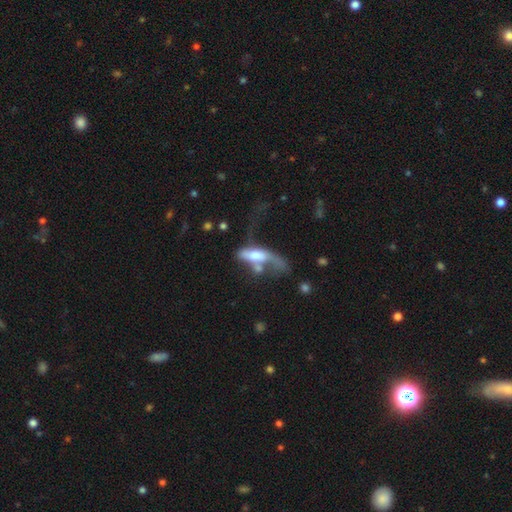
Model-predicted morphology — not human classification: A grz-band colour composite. It shows a featured or disk galaxy (49%). Merging: major disturbance (39%).